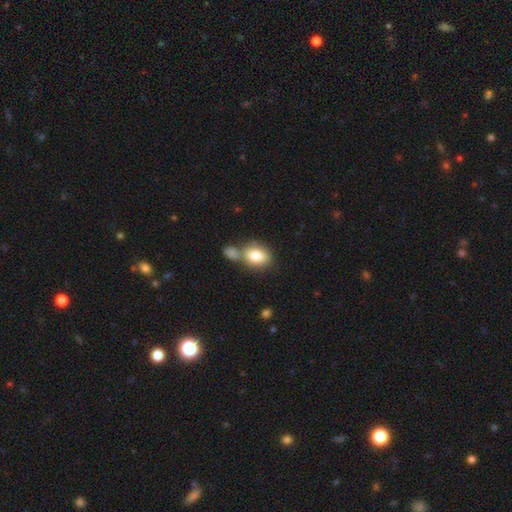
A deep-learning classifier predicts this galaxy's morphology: type=smooth (81%); roundness=in between (68%); merging=none (48%).